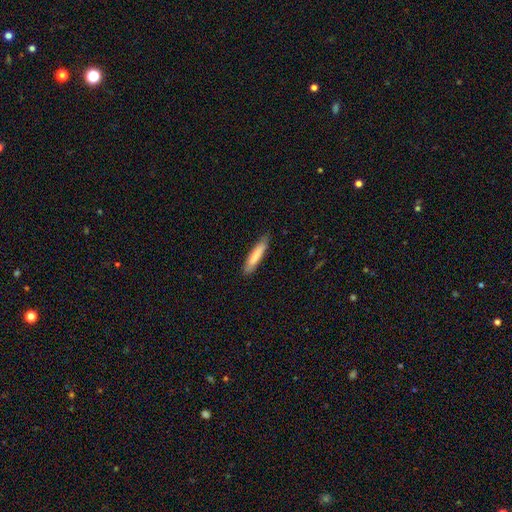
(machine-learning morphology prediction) This appears to be a smooth galaxy with no disk features (81%) that is cigar-shaped (86%). Merging: none (85%).